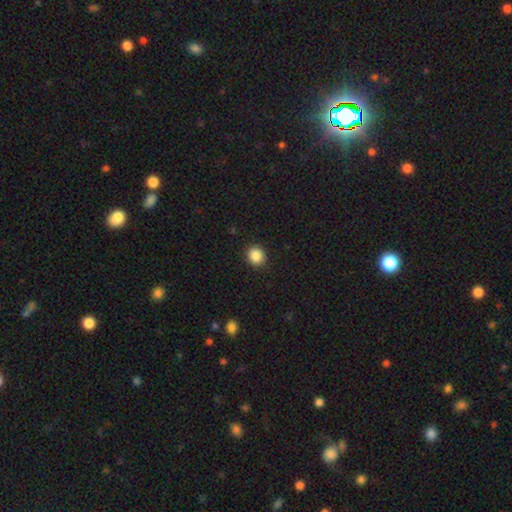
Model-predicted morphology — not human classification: This appears to be a smooth galaxy with no disk features (87%) that is round (84%). Merging: none (91%).